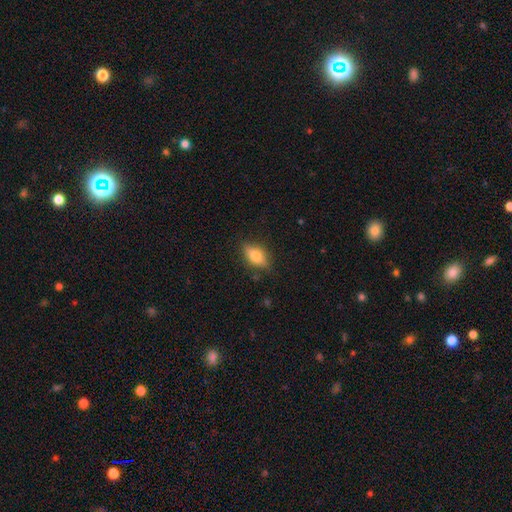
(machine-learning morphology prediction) Smooth or featured? Predicted: smooth (p=0.70). How rounded? Predicted: in between (p=0.81). Merging? Predicted: none (p=0.80).